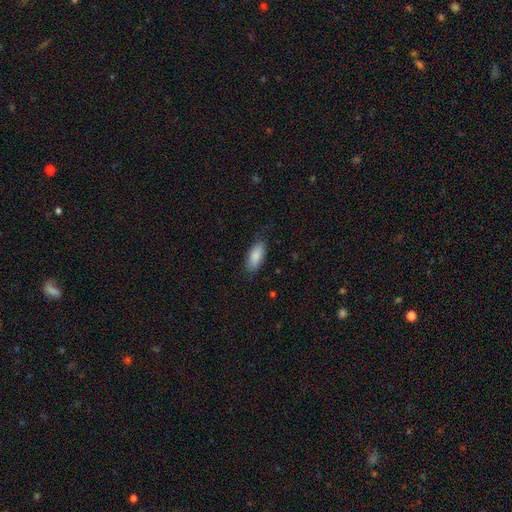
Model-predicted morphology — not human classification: A smooth galaxy with no disk features (87%) that is in between round and cigar-shaped (82%).

Vote fractions:
- Smooth or featured? smooth: 87% / featured or disk: 7% / star or artifact: 6%
- How rounded? in between: 82% / cigar-shaped: 16% / round: 2%
- Merging? none: 77% / minor disturbance: 18% / major disturbance: 4% / merger: 1%